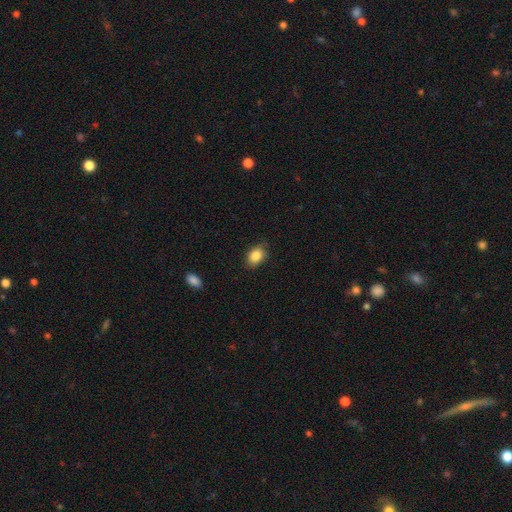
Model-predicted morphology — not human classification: smooth 87%, star or artifact 8%, featured or disk 5%. Down the decision tree: how rounded — in between (71%); merging — none (82%).